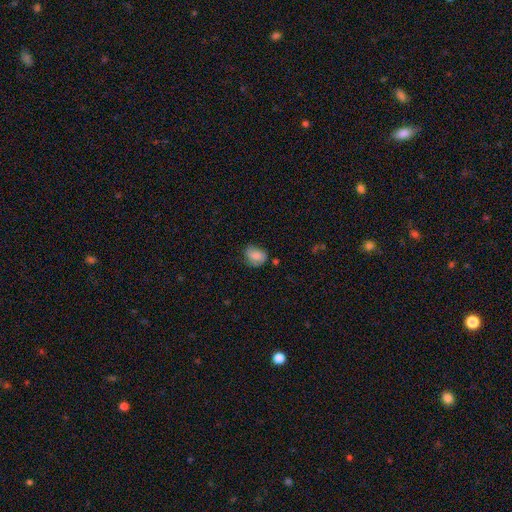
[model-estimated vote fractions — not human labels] A smooth galaxy with no disk features (78%) that is in between round and cigar-shaped (58%).

Vote fractions:
- Smooth or featured? smooth: 78% / featured or disk: 14% / star or artifact: 9%
- How rounded? in between: 58% / round: 41% / cigar-shaped: 1%
- Merging? none: 55% / minor disturbance: 31% / major disturbance: 10% / merger: 3%